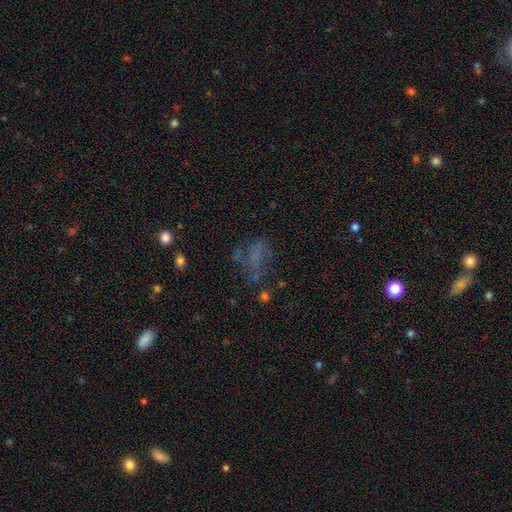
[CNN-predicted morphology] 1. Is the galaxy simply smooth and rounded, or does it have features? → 37% smooth, 36% featured or disk, 27% star or artifact.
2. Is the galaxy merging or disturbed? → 44% none, 32% major disturbance, 18% minor disturbance, 6% merger.